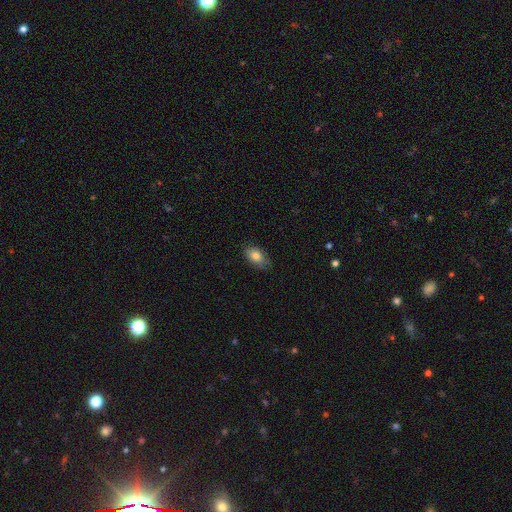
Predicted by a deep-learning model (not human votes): The model was most divided on "merging": none: 77%, minor disturbance: 18%, major disturbance: 3%, merger: 1%. More confident: how rounded — in between (90%); smooth or featured — smooth (82%).